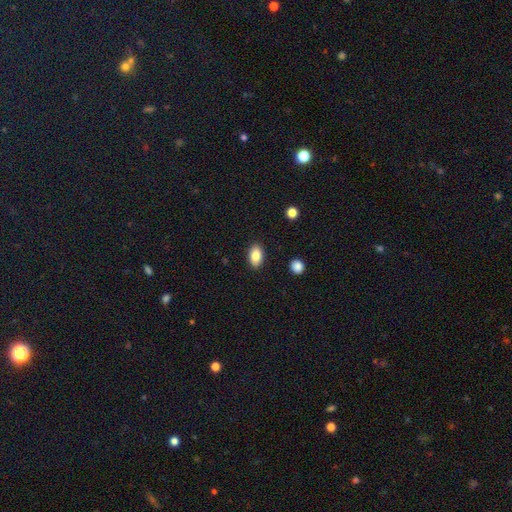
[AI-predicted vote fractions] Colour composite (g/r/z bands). It shows a smooth galaxy with no disk features (85%) that is in between round and cigar-shaped (91%). Merging: none (89%).